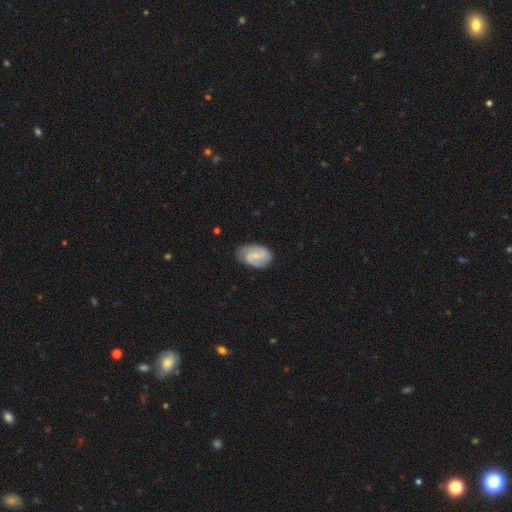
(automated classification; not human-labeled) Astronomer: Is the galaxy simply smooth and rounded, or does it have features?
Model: featured or disk — 80%.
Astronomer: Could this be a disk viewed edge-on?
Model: no — 98%.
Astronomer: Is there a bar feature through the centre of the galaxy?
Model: weak — 50% (runner-up: no, 38%).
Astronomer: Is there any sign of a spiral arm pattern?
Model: yes — 96%.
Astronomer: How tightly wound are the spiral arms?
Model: medium — 47% (runner-up: tight, 39%).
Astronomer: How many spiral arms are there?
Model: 2 — 85%.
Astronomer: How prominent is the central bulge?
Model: small — 58%.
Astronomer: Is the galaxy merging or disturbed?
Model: none — 76%.